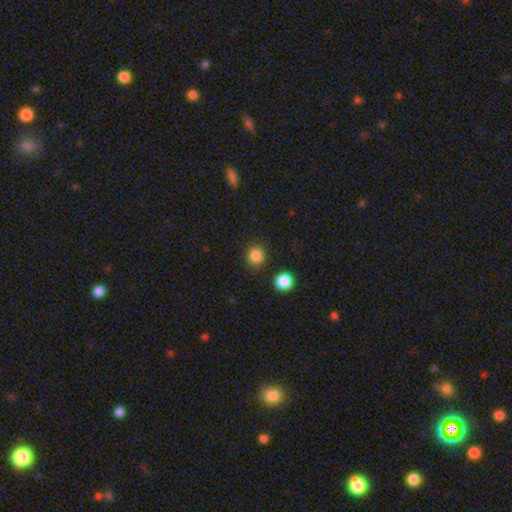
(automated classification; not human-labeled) This is clearly a smooth galaxy (85%). How rounded: clearly round (83%). Merging: clearly none (86%).